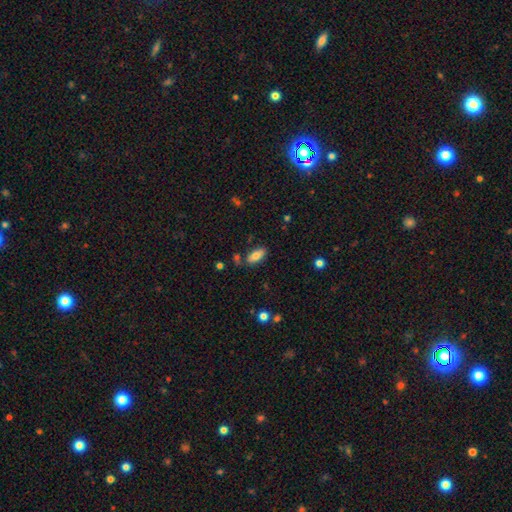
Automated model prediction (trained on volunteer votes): Overall: smooth (78%). How rounded: in between (87%). Merging: none (77%).